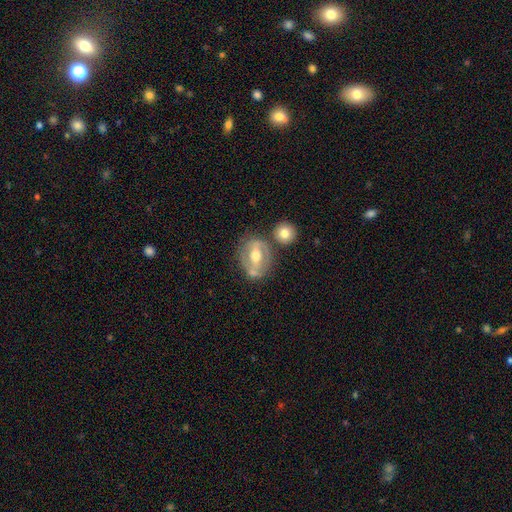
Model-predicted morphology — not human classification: A featured or disk galaxy (66%) with a strong bar (39%), spiral arms (53%) and a moderate central bulge (75%).

Vote fractions:
- Smooth or featured? featured or disk: 66% / smooth: 27% / star or artifact: 7%
- Edge-on disk? no: 94% / yes: 6%
- Bar? strong: 39% / weak: 36% / no: 25%
- Spiral arms? yes: 53% / no: 47%
- Bulge size? moderate: 75% / small: 14% / large: 9% / none: 1% / dominant: 1%
- Merging? none: 60% / minor disturbance: 18% / merger: 16% / major disturbance: 7%